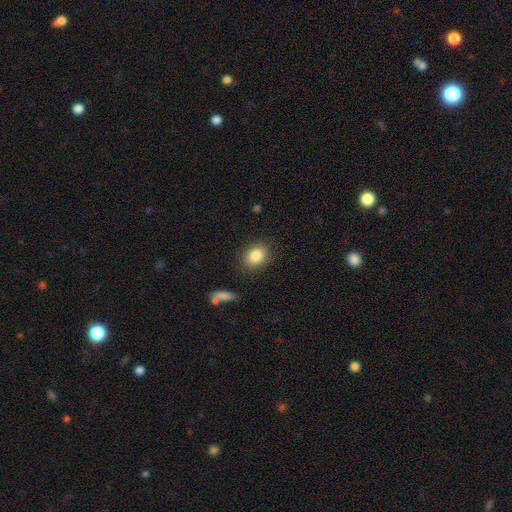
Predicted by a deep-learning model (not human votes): smooth_or_featured: smooth (p=0.84) [alt: star or artifact p=0.09]
how_rounded: round (p=0.55) [alt: in between p=0.44]
merging: none (p=0.86) [alt: minor disturbance p=0.10]